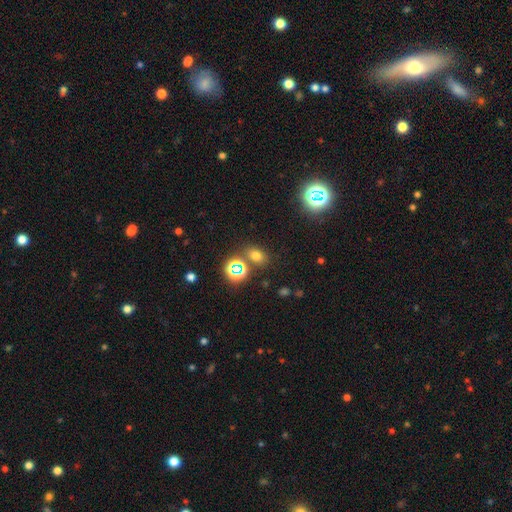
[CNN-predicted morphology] This appears to be a smooth galaxy with no disk features (64%) that is in between round and cigar-shaped (59%). Merging: none (76%).